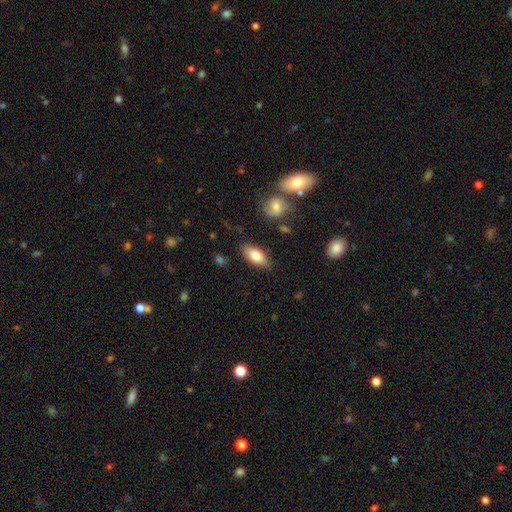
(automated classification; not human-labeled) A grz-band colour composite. It shows a smooth galaxy with no disk features (76%) that is in between round and cigar-shaped (86%). Merging: none (82%).